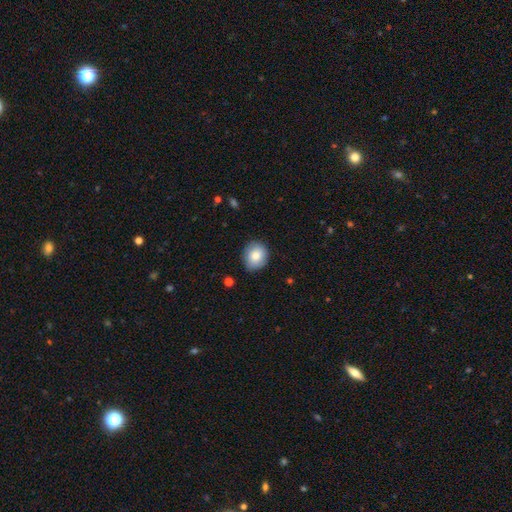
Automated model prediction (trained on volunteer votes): The model was most divided on "how rounded": round: 68%, in between: 31%, cigar-shaped: 1%. More confident: merging — none (84%); smooth or featured — smooth (81%).